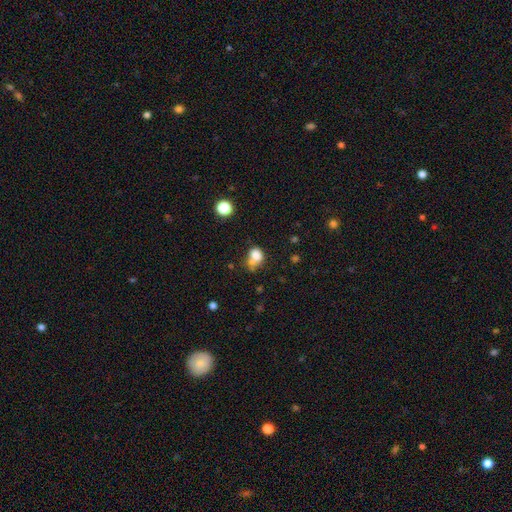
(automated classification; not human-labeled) A smooth galaxy with no disk features (76%) that is round (53%). Merging: merger (40%).